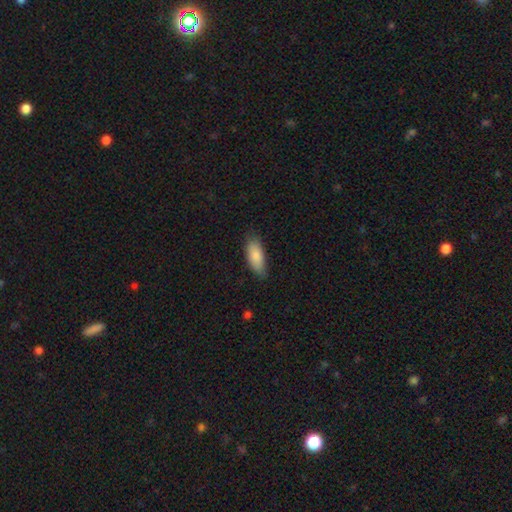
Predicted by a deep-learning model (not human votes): This appears to be a smooth galaxy with no disk features (85%) that is in between round and cigar-shaped (80%). Merging: none (77%).